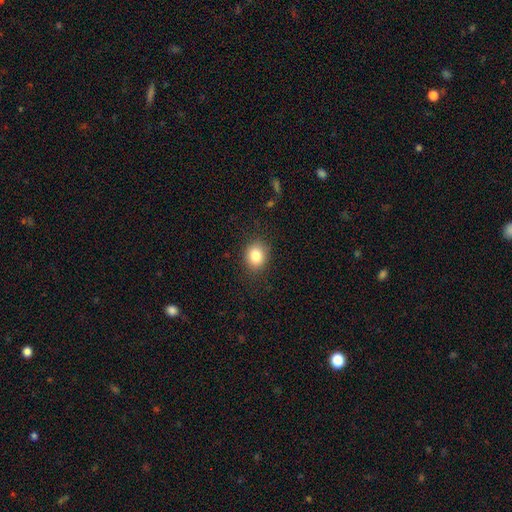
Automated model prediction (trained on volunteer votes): This appears to be a smooth galaxy with no disk features (84%) that is round (58%). Merging: none (86%).